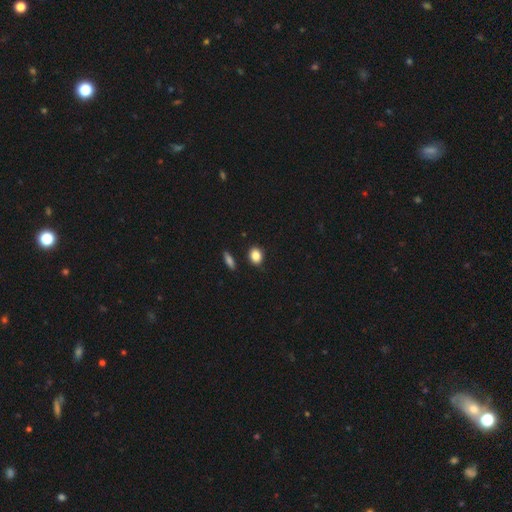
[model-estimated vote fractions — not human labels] Smooth or featured?
  - smooth: 86% *
  - star or artifact: 9%
  - featured or disk: 5%
How rounded?
  - in between: 52% *
  - round: 46%
  - cigar-shaped: 2%
Merging?
  - none: 85% *
  - minor disturbance: 10%
  - merger: 3%
  - major disturbance: 2%